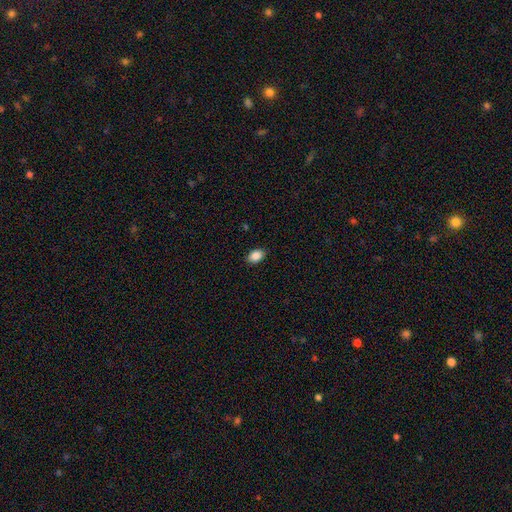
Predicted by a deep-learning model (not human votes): smooth_or_featured: smooth (p=0.88) [alt: star or artifact p=0.08]
how_rounded: in between (p=0.82) [alt: round p=0.16]
merging: none (p=0.89) [alt: minor disturbance p=0.08]